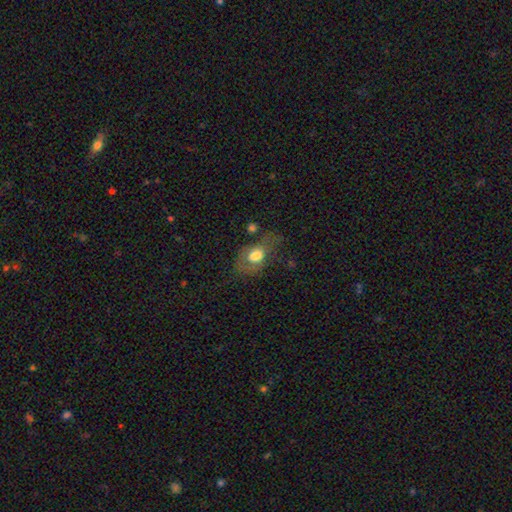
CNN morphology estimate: Smooth or featured?
  - smooth: 62% *
  - featured or disk: 28%
  - star or artifact: 9%
How rounded?
  - in between: 83% *
  - round: 15%
  - cigar-shaped: 3%
Merging?
  - none: 39% *
  - major disturbance: 28%
  - minor disturbance: 27%
  - merger: 6%